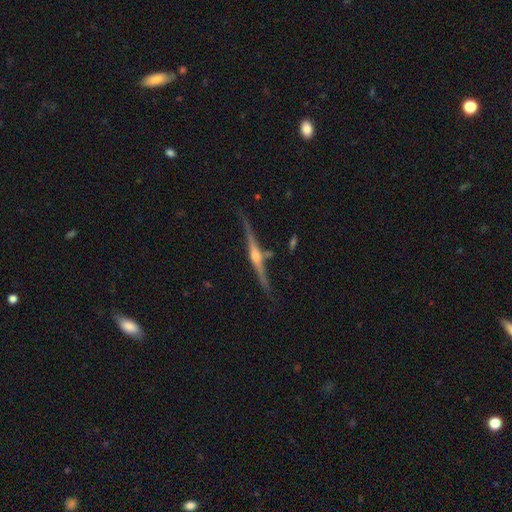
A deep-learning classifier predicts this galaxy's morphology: smooth-or-featured: featured or disk: 84% | smooth: 10% | star or artifact: 6%
  disk-edge-on: yes: 98% | no: 2%
    edge-on-bulge: rounded: 86% | boxy: 9% | none: 5%
  merging: none: 80% | minor disturbance: 12% | merger: 5% | major disturbance: 3%